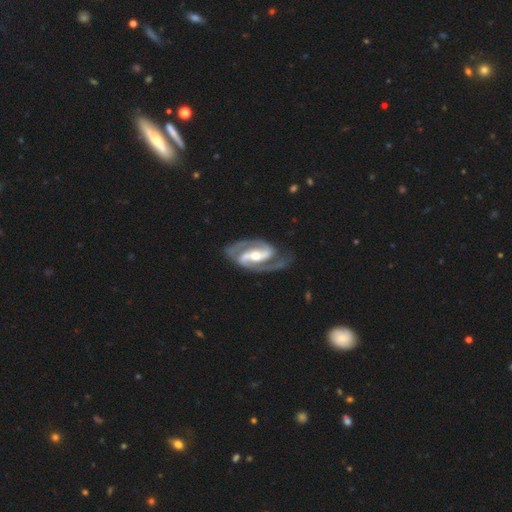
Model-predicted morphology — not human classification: A featured or disk galaxy (92%) with a strong bar (59%), 2 (93%) medium (56%) spiral arms (98%) and a moderate central bulge (69%).

Vote fractions:
- Smooth or featured? featured or disk: 92% / smooth: 4% / star or artifact: 3%
- Edge-on disk? no: 97% / yes: 3%
- Bar? strong: 59% / weak: 27% / no: 14%
- Spiral arms? yes: 98% / no: 2%
- Spiral winding? medium: 56% / tight: 30% / loose: 14%
- Spiral arm count? 2: 93% / can't tell: 2% / 3: 2% / 1: 1% / 4: 1% / more than 4: 1%
- Bulge size? moderate: 69% / small: 23% / large: 7% / none: 1% / dominant: 1%
- Merging? none: 77% / minor disturbance: 15% / major disturbance: 6% / merger: 2%